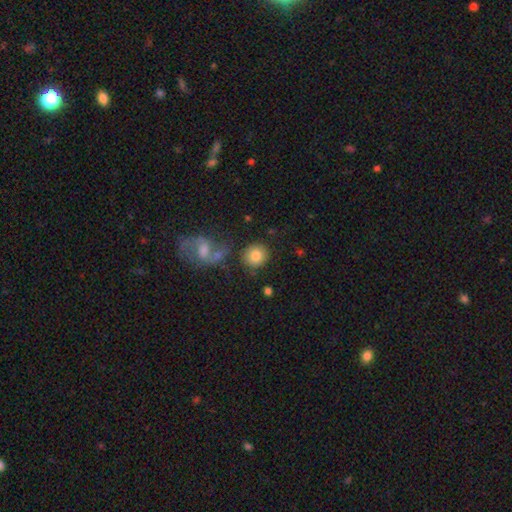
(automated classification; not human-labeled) Q: Smooth or featured?
A: smooth (81%); runner-up: featured or disk (11%)
Q: How rounded?
A: round (84%); runner-up: in between (15%)
Q: Merging?
A: none (78%); runner-up: minor disturbance (9%)